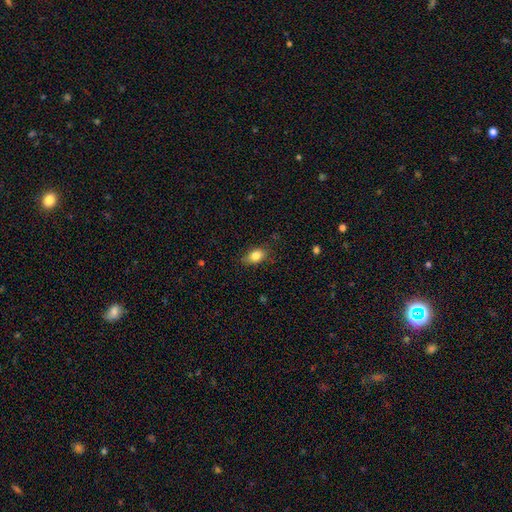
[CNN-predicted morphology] Overall: smooth (83%). How rounded: in between (85%). Merging: none (79%).